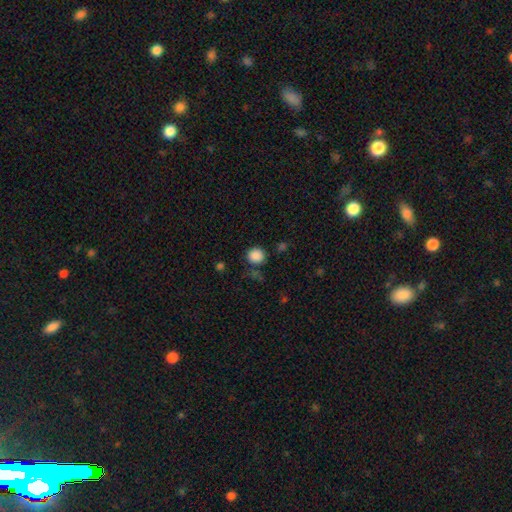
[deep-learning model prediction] smooth_or_featured: smooth (p=0.86) [alt: star or artifact p=0.11]
how_rounded: round (p=0.89) [alt: in between p=0.10]
merging: none (p=0.80) [alt: minor disturbance p=0.11]